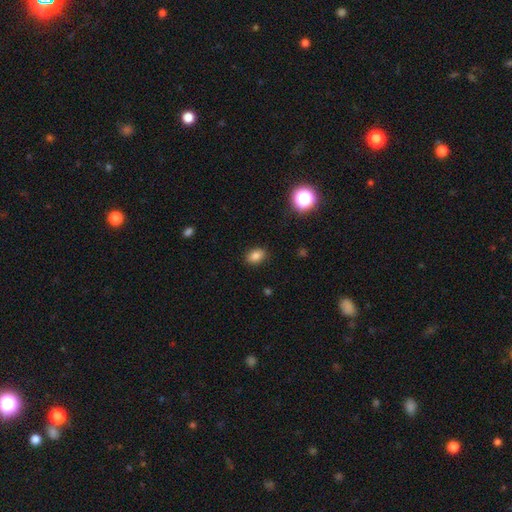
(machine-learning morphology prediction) Smooth or featured?
  - smooth: 83% *
  - star or artifact: 11%
  - featured or disk: 6%
How rounded?
  - in between: 79% *
  - round: 19%
  - cigar-shaped: 1%
Merging?
  - none: 88% *
  - minor disturbance: 9%
  - major disturbance: 2%
  - merger: 1%